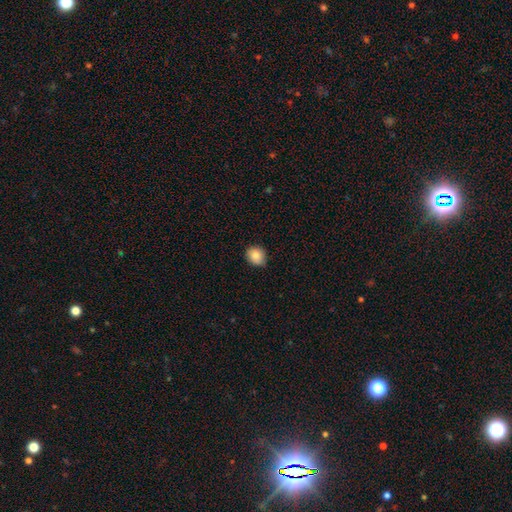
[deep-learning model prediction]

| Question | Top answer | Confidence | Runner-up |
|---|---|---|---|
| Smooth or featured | smooth | 88% | star or artifact (8%) |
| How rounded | round | 71% | in between (28%) |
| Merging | none | 80% | minor disturbance (16%) |